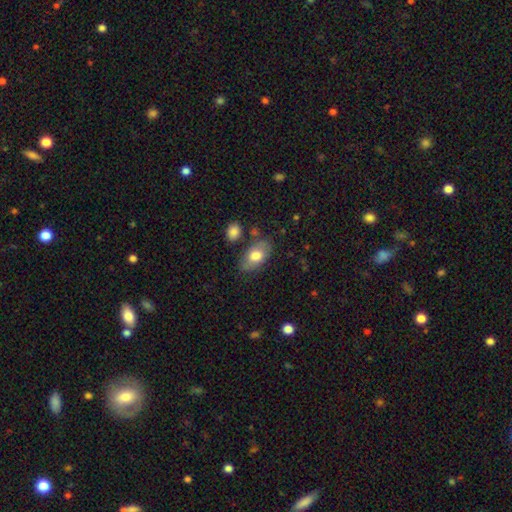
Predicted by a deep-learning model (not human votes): A smooth galaxy with no disk features (71%) that is in between round and cigar-shaped (91%).

Vote fractions:
- Smooth or featured? smooth: 71% / featured or disk: 23% / star or artifact: 6%
- How rounded? in between: 91% / round: 7% / cigar-shaped: 2%
- Merging? none: 74% / minor disturbance: 17% / major disturbance: 5% / merger: 5%